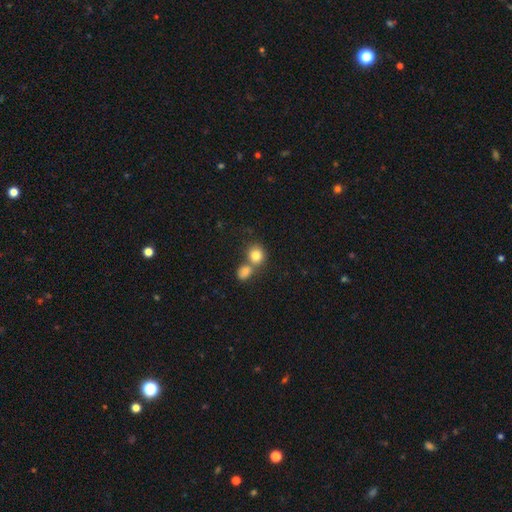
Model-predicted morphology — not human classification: Smooth or featured: smooth — 81% (star or artifact — 10%)
How rounded: round — 79% (in between — 20%)
Merging: merger — 48% (none — 43%)